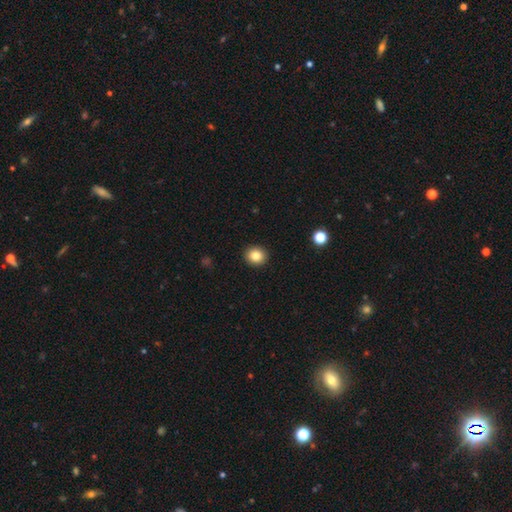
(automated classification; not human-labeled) Smooth or featured: smooth — 84% (star or artifact — 10%)
How rounded: round — 77% (in between — 22%)
Merging: none — 92% (minor disturbance — 5%)